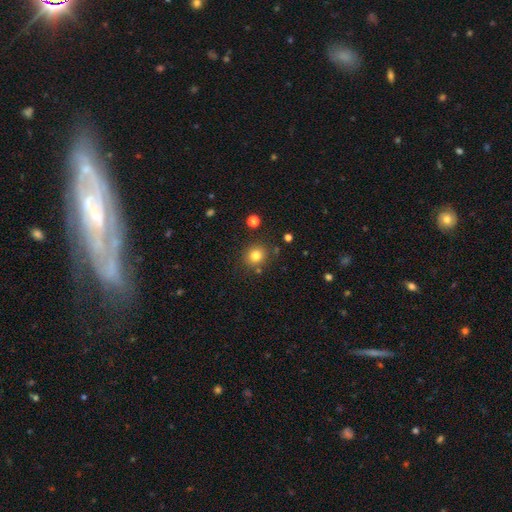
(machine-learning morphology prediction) This is clearly a smooth galaxy (81%). How rounded: clearly round (85%). Merging: clearly none (83%).